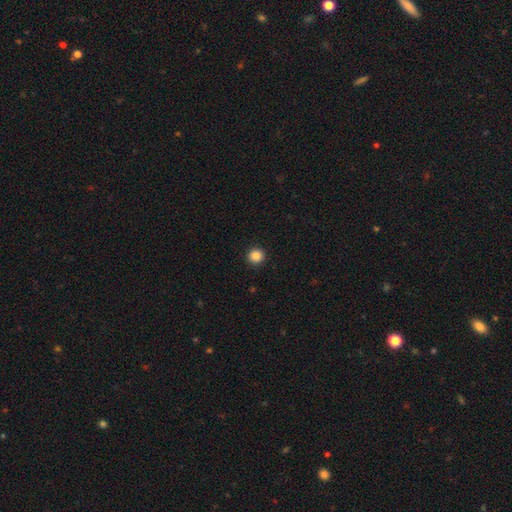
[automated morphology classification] Smooth or featured? Predicted: smooth (p=0.86). How rounded? Predicted: round (p=0.95). Merging? Predicted: none (p=0.93).